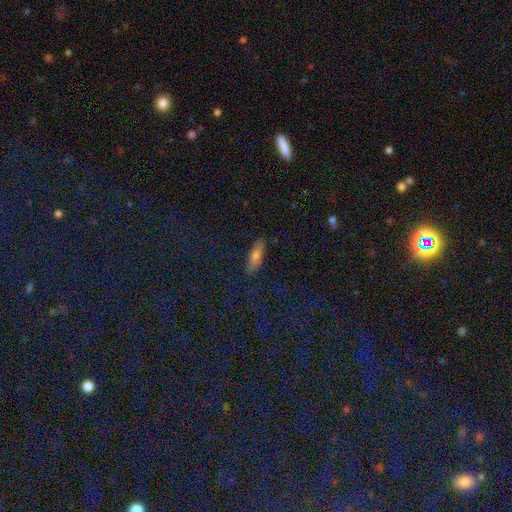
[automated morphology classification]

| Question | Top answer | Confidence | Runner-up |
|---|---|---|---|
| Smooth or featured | smooth | 67% | featured or disk (23%) |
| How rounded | in between | 50% | cigar-shaped (47%) |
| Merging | none | 86% | minor disturbance (10%) |